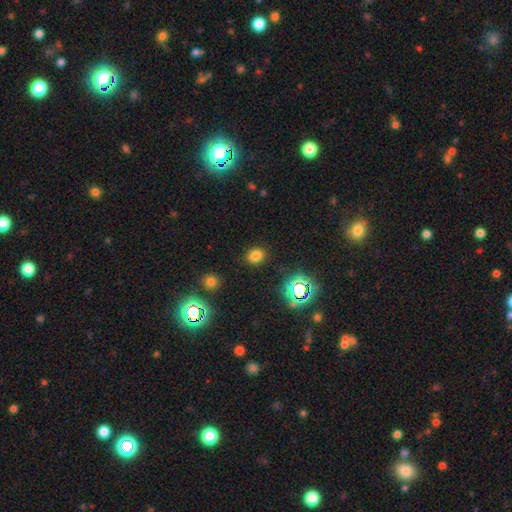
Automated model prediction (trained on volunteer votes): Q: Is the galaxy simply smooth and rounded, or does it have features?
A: smooth — 75%.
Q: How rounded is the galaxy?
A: round — 56%.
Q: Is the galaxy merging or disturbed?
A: none — 87%.